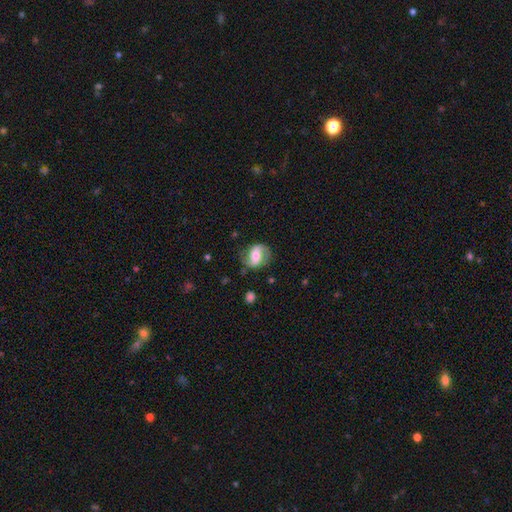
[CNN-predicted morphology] This appears to be a featured or disk galaxy (61%) with a weak bar (36%), spiral arms (83%) and a moderate central bulge (62%). Merging: none (70%).